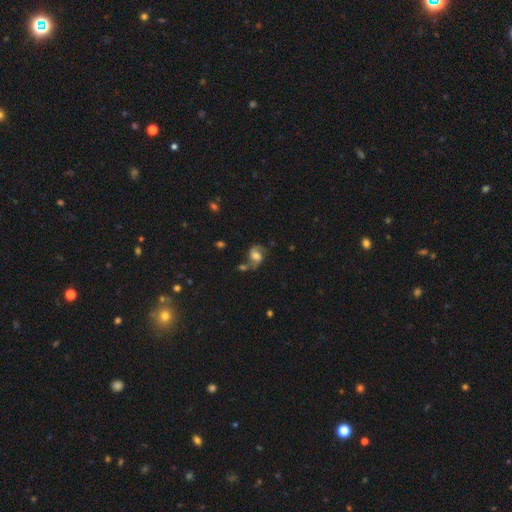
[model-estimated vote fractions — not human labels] Smooth or featured? Predicted: featured or disk (p=0.58). Edge-on disk? Predicted: no (p=0.97). Bar? Predicted: no (p=0.49). Spiral arms? Predicted: yes (p=0.88). Bulge size? Predicted: moderate (p=0.38). Merging? Predicted: none (p=0.49).